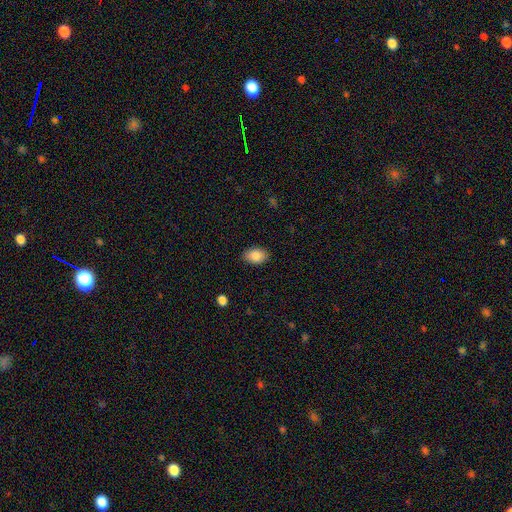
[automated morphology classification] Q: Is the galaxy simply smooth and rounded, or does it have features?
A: smooth — 86%.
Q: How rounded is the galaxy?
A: in between — 86%.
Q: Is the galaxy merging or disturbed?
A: none — 87%.